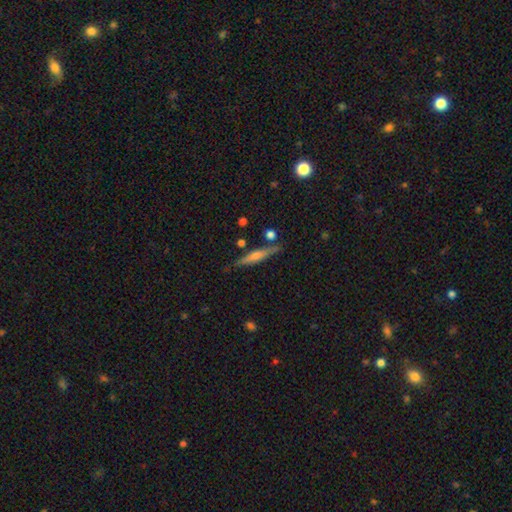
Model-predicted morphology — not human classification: type=featured or disk (66%); edge-on=yes (96%); edge-on bulge=rounded (73%); merging=none (85%).